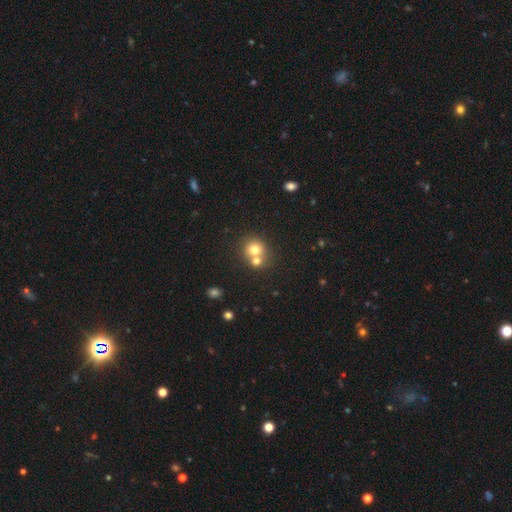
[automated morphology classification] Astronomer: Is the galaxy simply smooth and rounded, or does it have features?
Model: smooth — 71%.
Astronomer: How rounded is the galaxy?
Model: round — 85%.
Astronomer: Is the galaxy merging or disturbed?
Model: merger — 46% (runner-up: none, 45%).